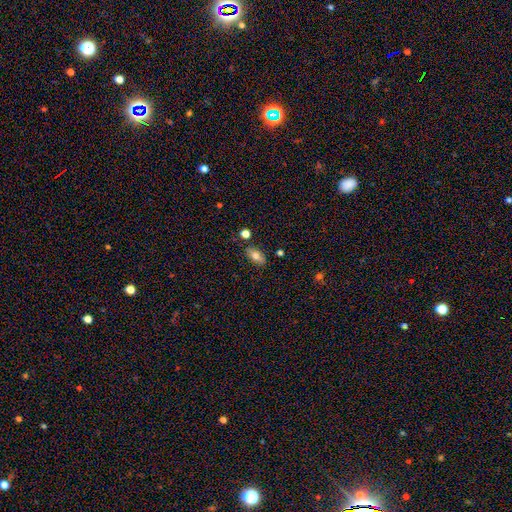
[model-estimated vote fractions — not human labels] This is likely a smooth galaxy (75%). How rounded: clearly in between (85%). Merging: clearly none (80%).